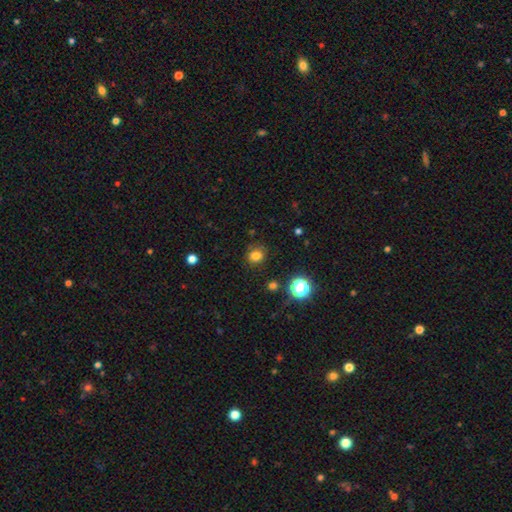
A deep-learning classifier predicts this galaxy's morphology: Smooth or featured: smooth — 78% (star or artifact — 16%)
How rounded: round — 77% (in between — 22%)
Merging: none — 82% (minor disturbance — 12%)